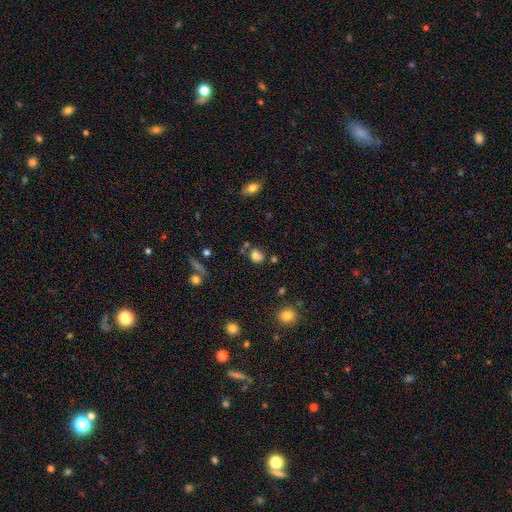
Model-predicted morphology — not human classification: This appears to be a smooth galaxy with no disk features (78%) that is round (55%). Merging: none (61%).